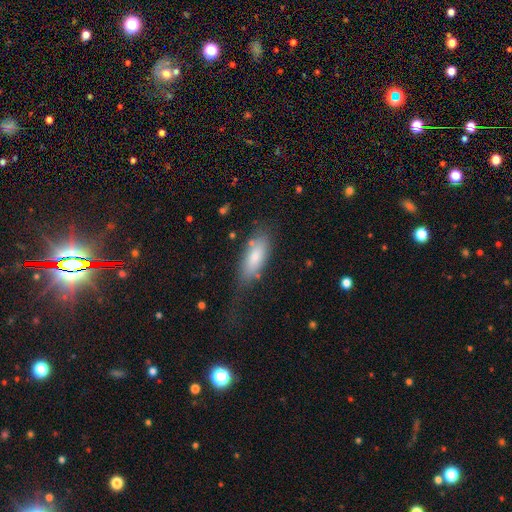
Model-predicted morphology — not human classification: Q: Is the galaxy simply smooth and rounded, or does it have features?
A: smooth — 75%.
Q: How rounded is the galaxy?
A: in between — 73%.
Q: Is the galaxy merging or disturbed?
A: none — 49%.